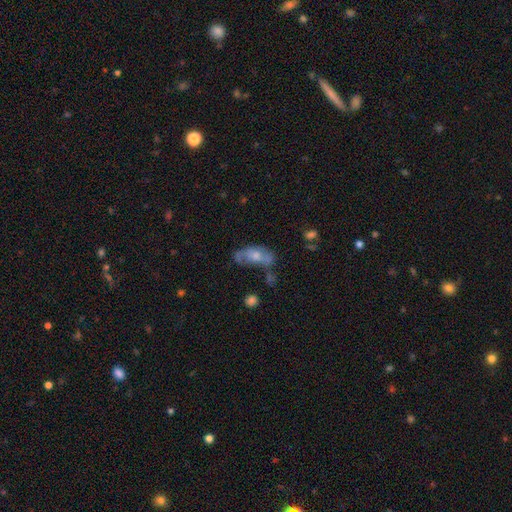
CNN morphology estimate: type=featured or disk (47%); merging=none (38%).